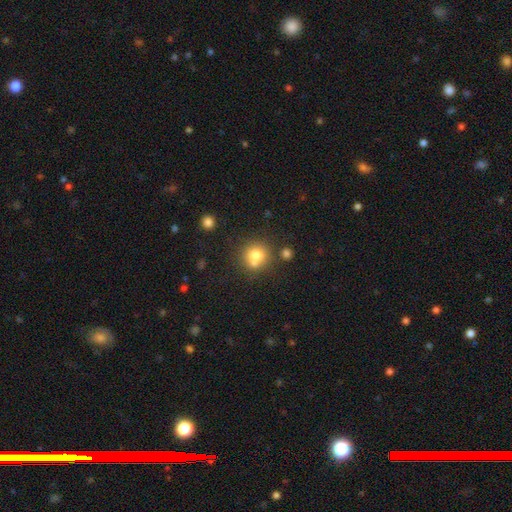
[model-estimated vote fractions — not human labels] smooth_or_featured: smooth (p=0.75) [alt: featured or disk p=0.13]
how_rounded: round (p=0.88) [alt: in between p=0.11]
merging: none (p=0.58) [alt: merger p=0.27]